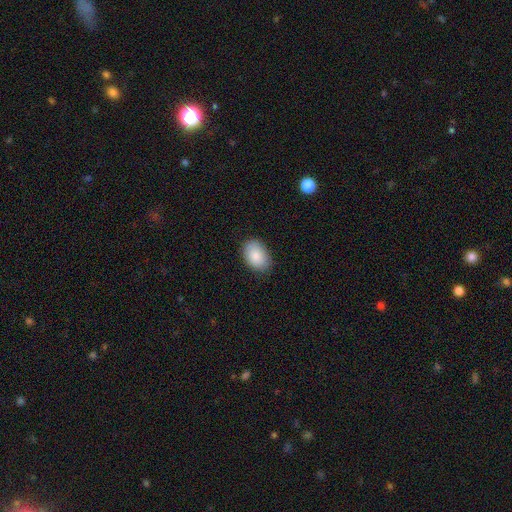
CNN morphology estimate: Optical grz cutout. It shows a smooth galaxy with no disk features (87%) that is in between round and cigar-shaped (86%). Merging: none (84%).